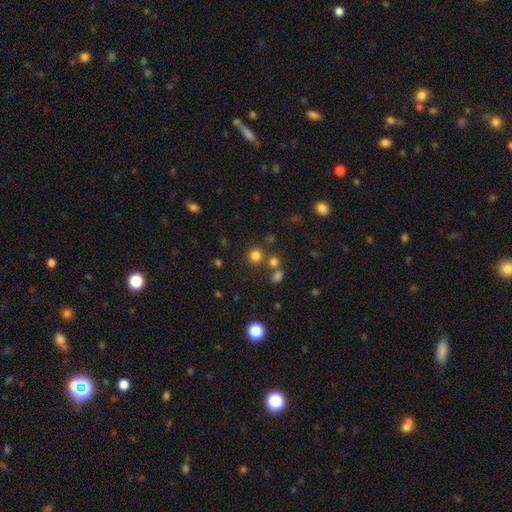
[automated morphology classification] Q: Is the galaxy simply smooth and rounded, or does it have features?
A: smooth — 77%.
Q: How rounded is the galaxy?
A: round — 91%.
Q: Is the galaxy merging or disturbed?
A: none — 77%.